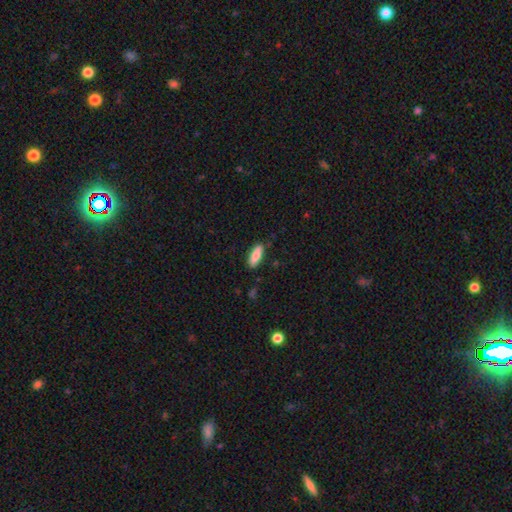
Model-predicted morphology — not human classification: Smooth or featured?
  - smooth: 83% *
  - featured or disk: 11%
  - star or artifact: 6%
How rounded?
  - in between: 59% *
  - cigar-shaped: 40%
  - round: 2%
Merging?
  - none: 86% *
  - minor disturbance: 11%
  - major disturbance: 2%
  - merger: 1%